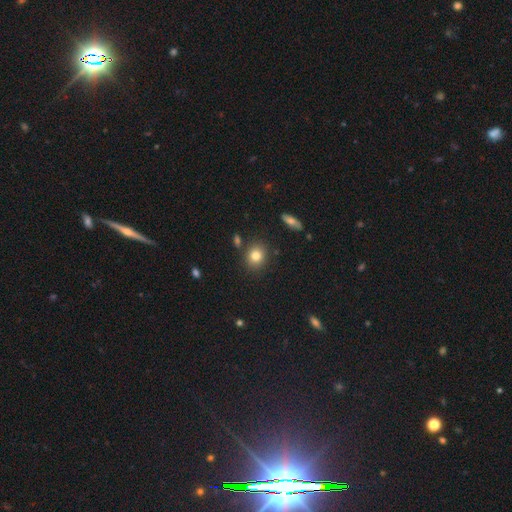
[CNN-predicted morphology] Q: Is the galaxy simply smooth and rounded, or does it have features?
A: smooth — 82%.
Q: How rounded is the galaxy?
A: round — 71%.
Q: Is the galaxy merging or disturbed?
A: none — 84%.